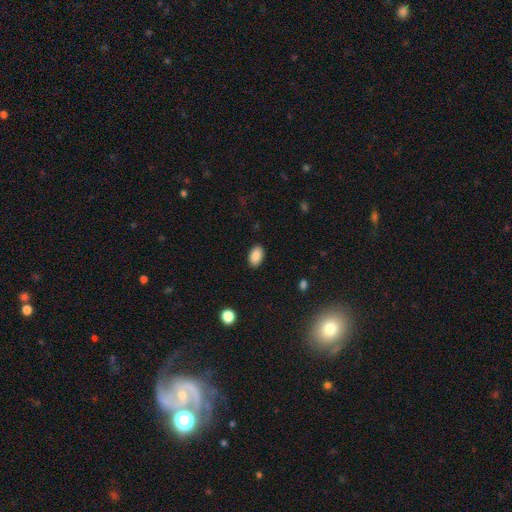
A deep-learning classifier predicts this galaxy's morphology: Overall: smooth (88%). How rounded: in between (91%). Merging: none (89%).